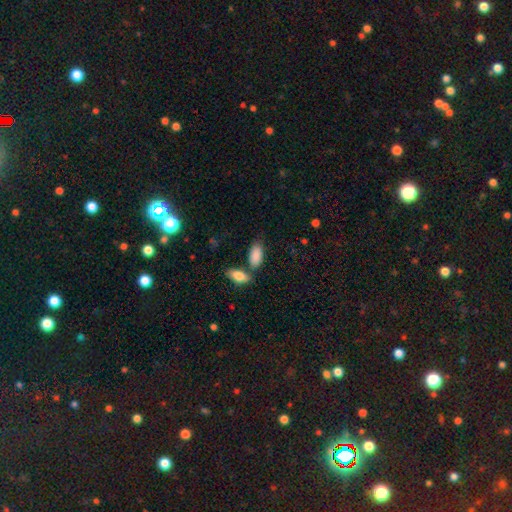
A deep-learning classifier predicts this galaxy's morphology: A smooth galaxy with no disk features (88%) that is in between round and cigar-shaped (91%).

Vote fractions:
- Smooth or featured? smooth: 88% / star or artifact: 6% / featured or disk: 6%
- How rounded? in between: 91% / cigar-shaped: 6% / round: 3%
- Merging? none: 60% / merger: 21% / minor disturbance: 15% / major disturbance: 4%